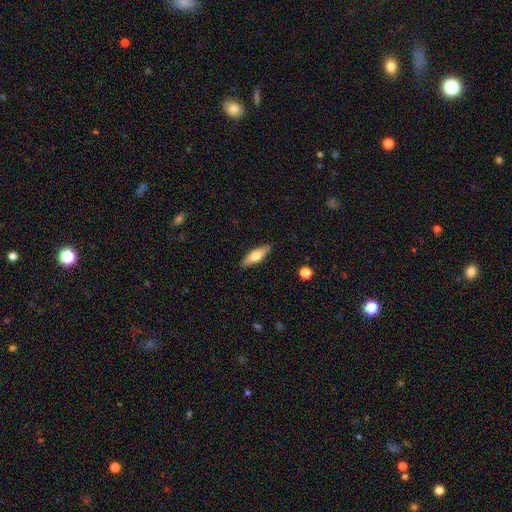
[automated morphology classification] This is possibly a smooth galaxy (59%). How rounded: possibly cigar-shaped (54%). Merging: clearly none (88%).